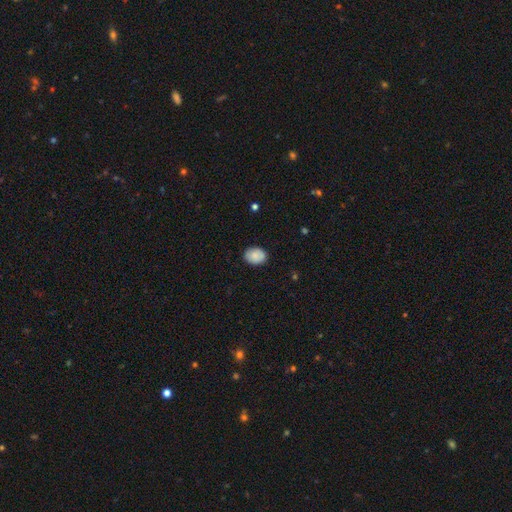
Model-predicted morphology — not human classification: Overall: smooth (82%). How rounded: in between (64%; round 35%). Merging: none (83%).